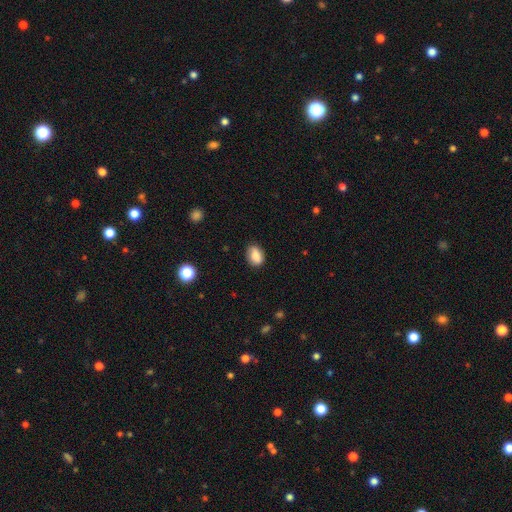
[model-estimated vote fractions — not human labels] smooth 84%, star or artifact 9%, featured or disk 7%. Down the decision tree: how rounded — in between (78%); merging — none (77%).